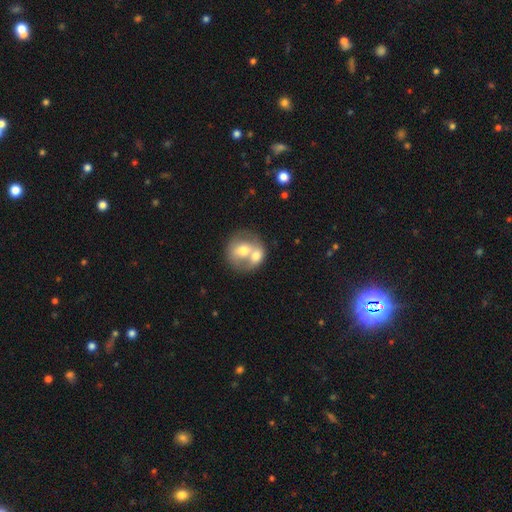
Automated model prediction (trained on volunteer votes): smooth 61%, featured or disk 32%, star or artifact 7%. Down the decision tree: how rounded — round (68%); merging — merger (67%).